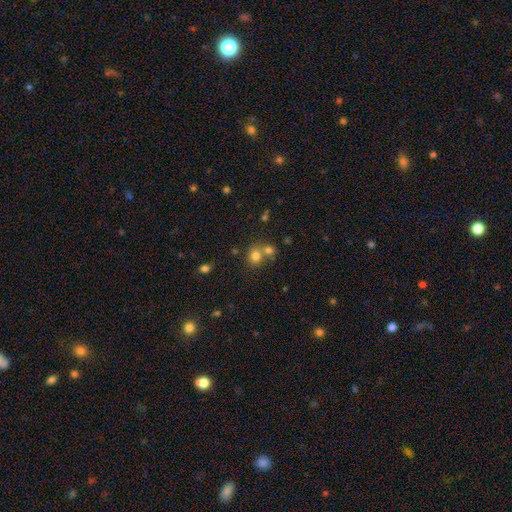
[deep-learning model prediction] Smooth or featured?
  - smooth: 76% *
  - star or artifact: 15%
  - featured or disk: 9%
How rounded?
  - round: 75% *
  - in between: 24%
  - cigar-shaped: 1%
Merging?
  - none: 47% *
  - merger: 41%
  - minor disturbance: 8%
  - major disturbance: 4%